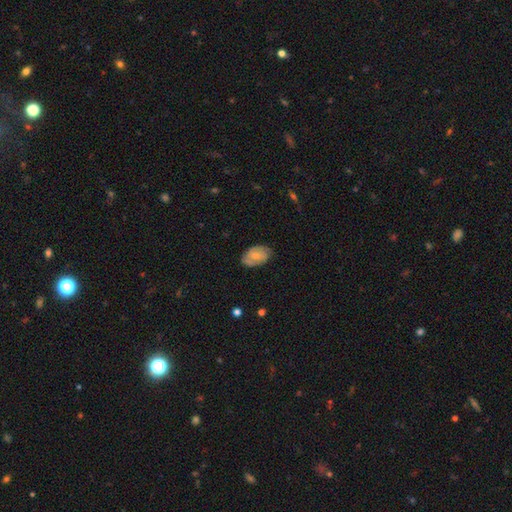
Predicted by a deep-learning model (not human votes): Smooth or featured? Predicted: featured or disk (p=0.47). Merging? Predicted: none (p=0.73).